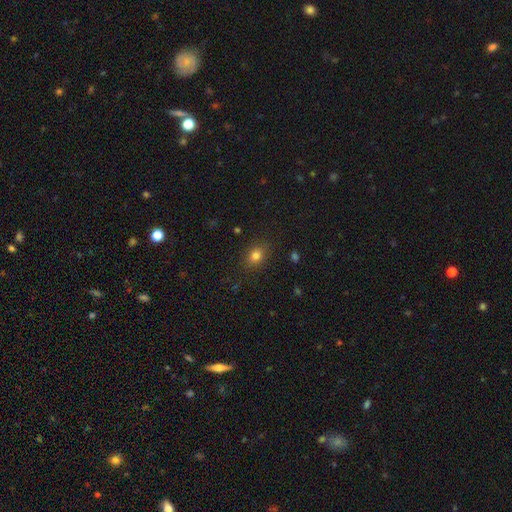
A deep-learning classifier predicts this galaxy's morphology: Smooth or featured?
  - smooth: 78% *
  - star or artifact: 13%
  - featured or disk: 9%
How rounded?
  - in between: 56% *
  - round: 42%
  - cigar-shaped: 2%
Merging?
  - none: 85% *
  - minor disturbance: 11%
  - major disturbance: 3%
  - merger: 1%